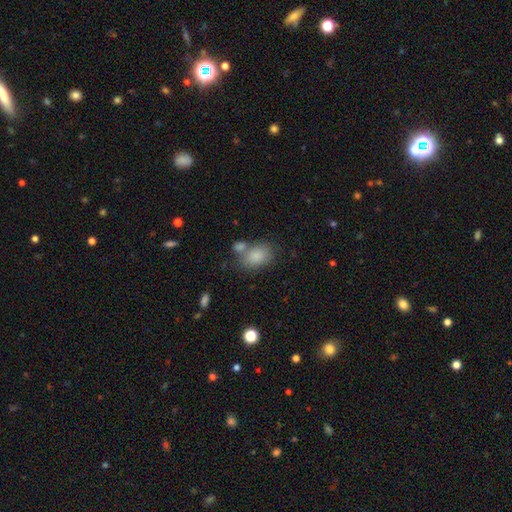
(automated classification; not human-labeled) This appears to be a smooth galaxy with no disk features (84%) that is in between round and cigar-shaped (80%). Merging: none (55%).